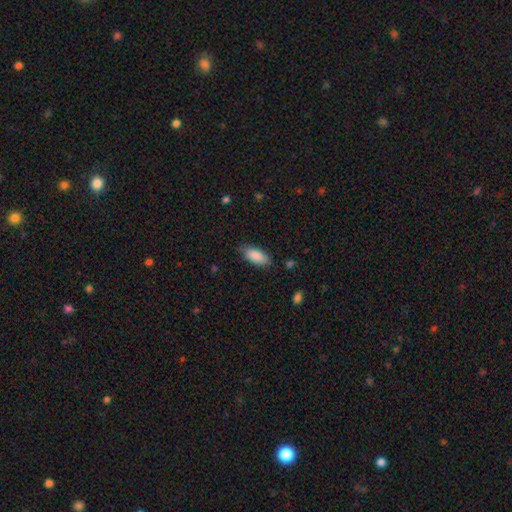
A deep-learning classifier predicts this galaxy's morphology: Smooth or featured?
  - smooth: 88% *
  - star or artifact: 6%
  - featured or disk: 5%
How rounded?
  - in between: 87% *
  - cigar-shaped: 11%
  - round: 2%
Merging?
  - none: 79% *
  - minor disturbance: 16%
  - major disturbance: 3%
  - merger: 1%